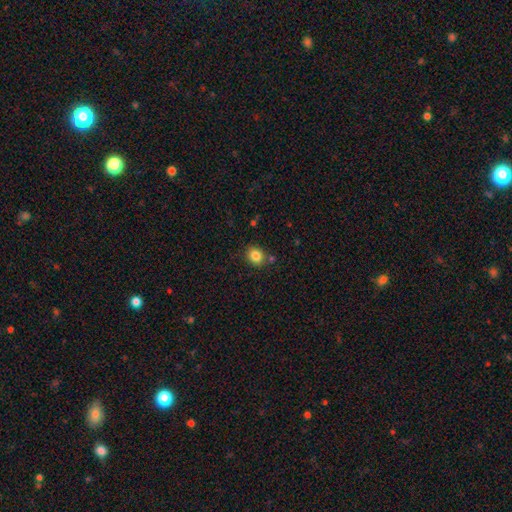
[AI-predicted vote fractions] Smooth or featured? smooth (84%)
How rounded? round (71%)
Merging? none (78%)